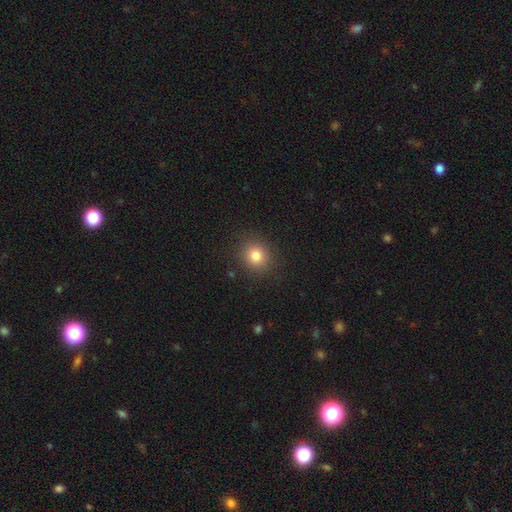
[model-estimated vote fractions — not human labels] smooth-or-featured: smooth: 81% | star or artifact: 12% | featured or disk: 7%
  how-rounded: round: 83% | in between: 16% | cigar-shaped: 1%
  merging: none: 89% | minor disturbance: 7% | major disturbance: 3% | merger: 1%